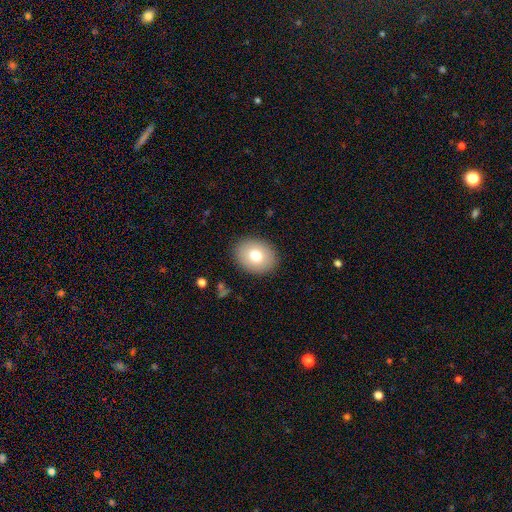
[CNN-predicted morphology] Q: Smooth or featured?
A: smooth (75%); runner-up: featured or disk (16%)
Q: How rounded?
A: round (52%); runner-up: in between (47%)
Q: Merging?
A: none (89%); runner-up: minor disturbance (8%)